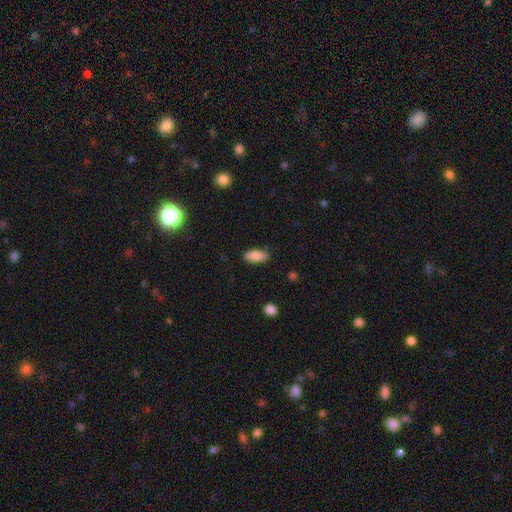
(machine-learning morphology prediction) type=smooth (79%); roundness=in between (88%); merging=none (82%).